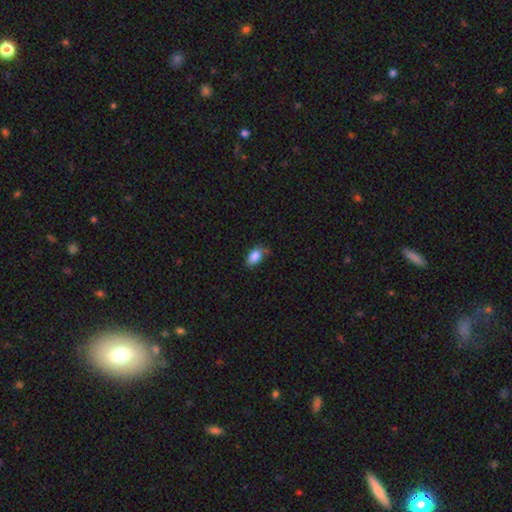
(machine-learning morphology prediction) A smooth galaxy with no disk features (84%) that is in between round and cigar-shaped (89%). Merging: none (54%).